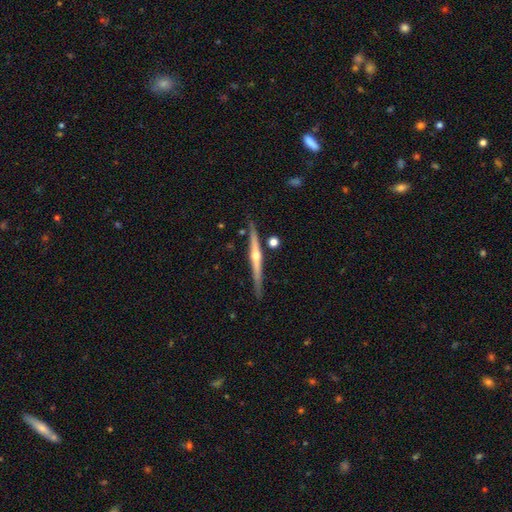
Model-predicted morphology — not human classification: Overall: featured or disk (79%). Edge-on disk: yes (98%). Edge-on bulge: rounded (88%). Merging: none (86%).